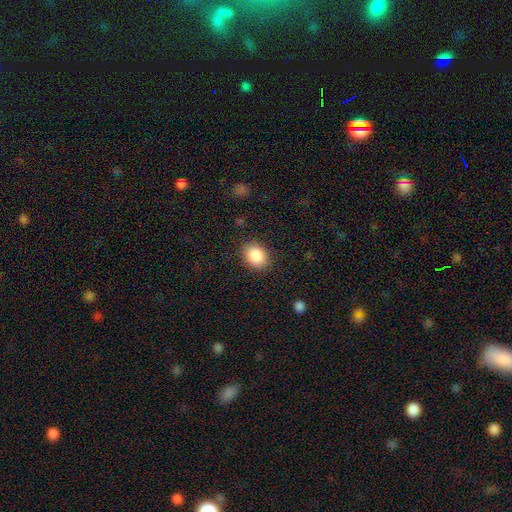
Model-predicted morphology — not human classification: Smooth or featured? smooth (88%)
How rounded? in between (58%)
Merging? none (87%)